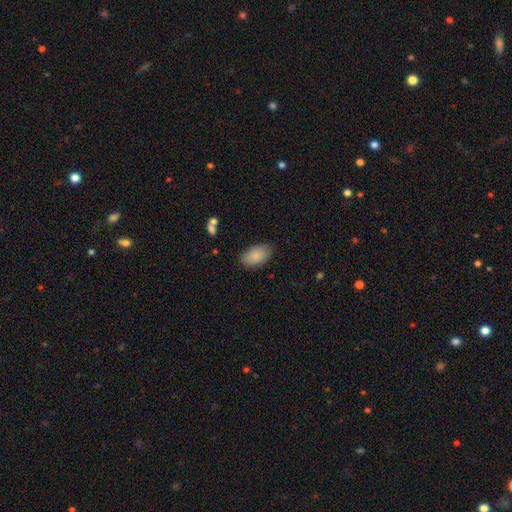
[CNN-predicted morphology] Smooth or featured? Predicted: smooth (p=0.88). How rounded? Predicted: in between (p=0.93). Merging? Predicted: none (p=0.84).